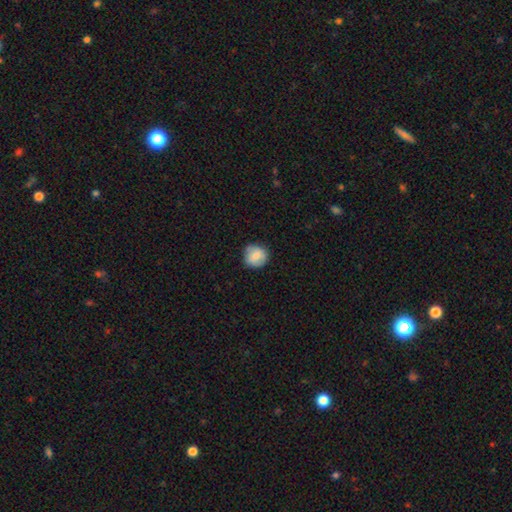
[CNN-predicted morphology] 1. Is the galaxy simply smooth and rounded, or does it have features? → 80% smooth, 12% featured or disk, 8% star or artifact.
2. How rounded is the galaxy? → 88% round, 11% in between, 1% cigar-shaped.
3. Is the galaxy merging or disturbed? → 79% none, 16% minor disturbance, 3% major disturbance, 1% merger.